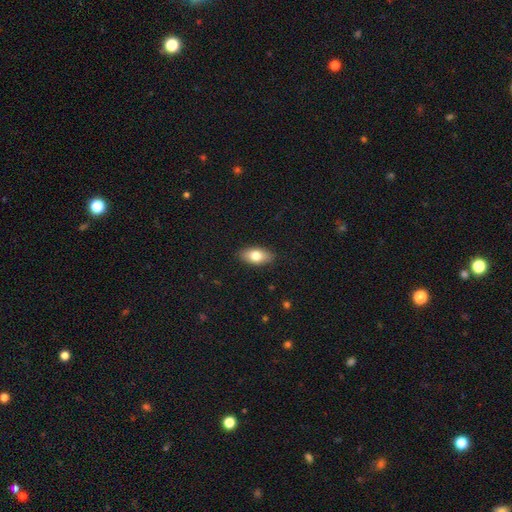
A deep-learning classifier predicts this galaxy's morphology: Smooth or featured? smooth (78%)
How rounded? in between (90%)
Merging? none (88%)